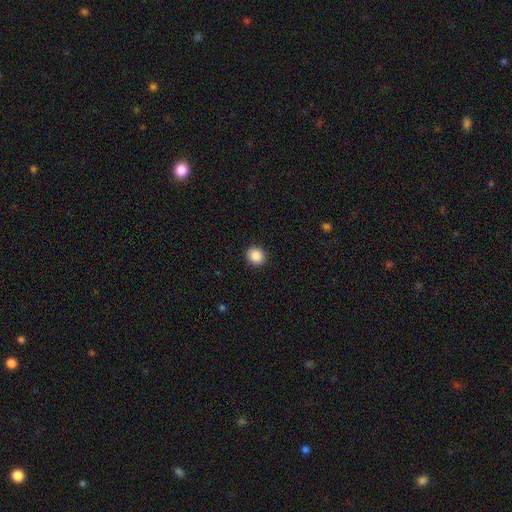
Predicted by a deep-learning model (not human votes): Smooth or featured: smooth — 89% (star or artifact — 9%)
How rounded: round — 77% (in between — 22%)
Merging: none — 91% (minor disturbance — 6%)